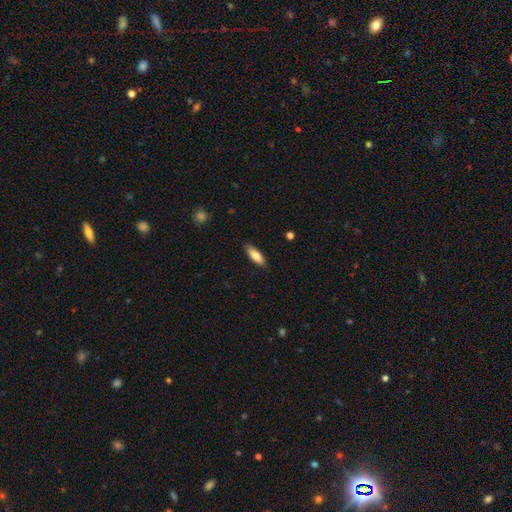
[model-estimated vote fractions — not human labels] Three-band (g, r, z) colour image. It shows a smooth galaxy with no disk features (82%) that is in between round and cigar-shaped (63%). Merging: none (87%).